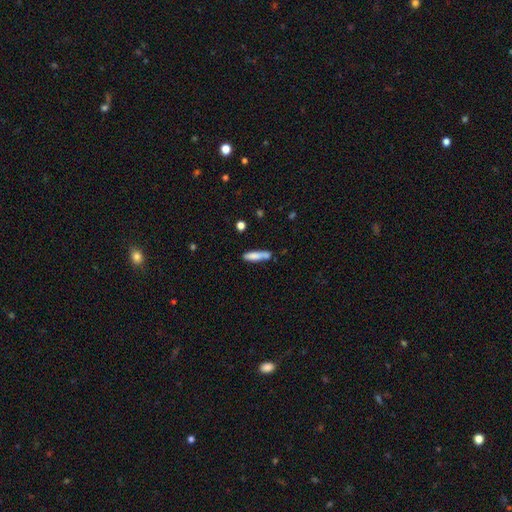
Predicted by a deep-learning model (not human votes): Q: Smooth or featured?
A: smooth (80%); runner-up: featured or disk (14%)
Q: How rounded?
A: cigar-shaped (79%); runner-up: in between (20%)
Q: Merging?
A: none (64%); runner-up: minor disturbance (22%)